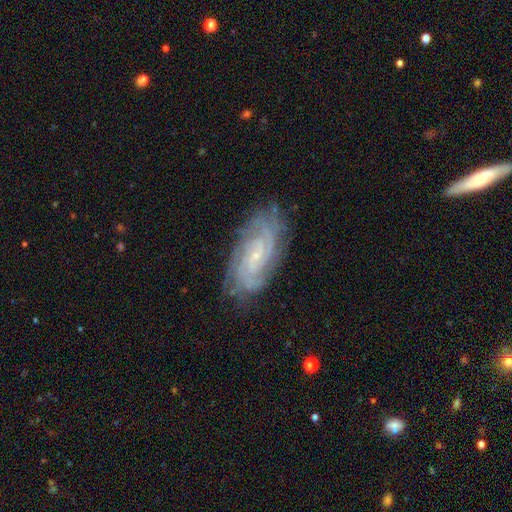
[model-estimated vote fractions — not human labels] Smooth or featured?
  - featured or disk: 85% *
  - smooth: 8%
  - star or artifact: 7%
Edge-on disk?
  - no: 95% *
  - yes: 5%
Bar?
  - no: 57% *
  - weak: 35%
  - strong: 8%
Spiral arms?
  - yes: 97% *
  - no: 3%
Spiral winding?
  - tight: 67% *
  - medium: 28%
  - loose: 6%
Spiral arm count?
  - can't tell: 28% *
  - 2: 26%
  - 3: 17%
  - 4: 15%
  - more than 4: 8%
  - 1: 6%
Bulge size?
  - small: 81% *
  - moderate: 12%
  - none: 5%
  - large: 1%
  - dominant: 1%
Merging?
  - none: 80% *
  - minor disturbance: 15%
  - major disturbance: 4%
  - merger: 1%